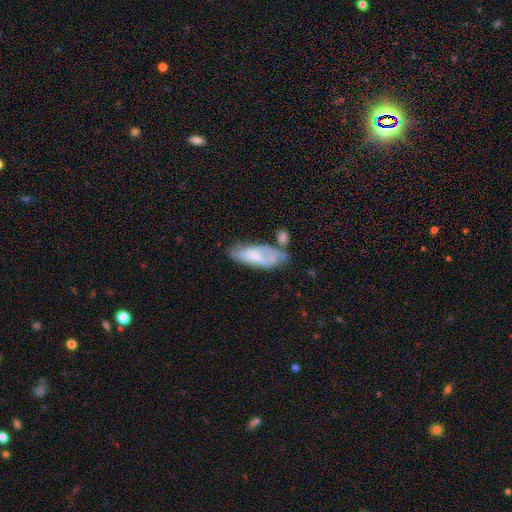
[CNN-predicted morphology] The model was most divided on "merging": none: 38%, minor disturbance: 28%, merger: 21%, major disturbance: 13%. More confident: how rounded — in between (75%); smooth or featured — smooth (58%).